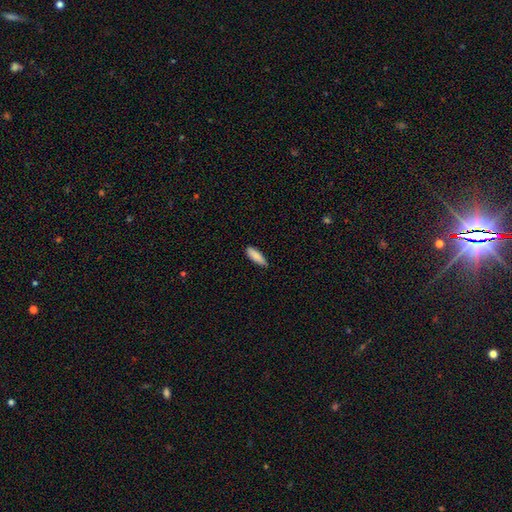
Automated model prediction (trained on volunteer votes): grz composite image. It shows a smooth galaxy with no disk features (87%) that is in between round and cigar-shaped (53%). Merging: none (81%).